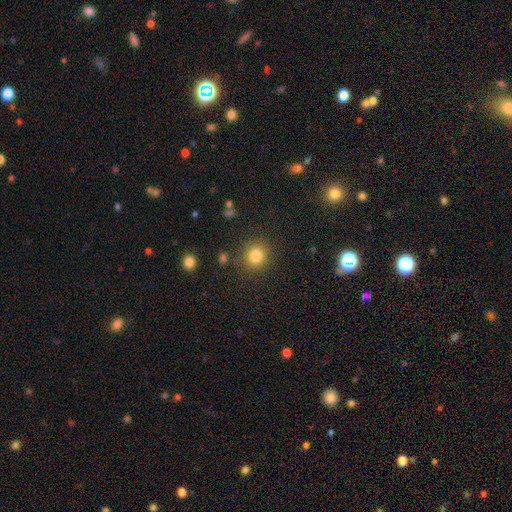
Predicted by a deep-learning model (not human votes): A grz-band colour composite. It shows a smooth galaxy with no disk features (82%) that is round (86%). Merging: none (85%).